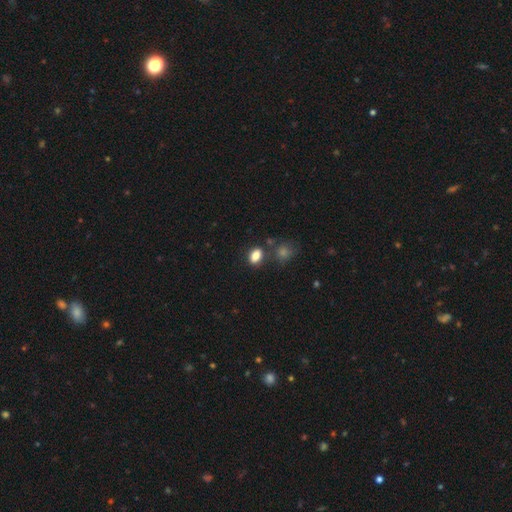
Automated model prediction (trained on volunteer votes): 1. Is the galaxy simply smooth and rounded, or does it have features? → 85% smooth, 10% star or artifact, 5% featured or disk.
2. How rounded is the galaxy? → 83% in between, 16% round, 2% cigar-shaped.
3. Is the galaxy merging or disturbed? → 73% none, 13% minor disturbance, 10% merger, 4% major disturbance.